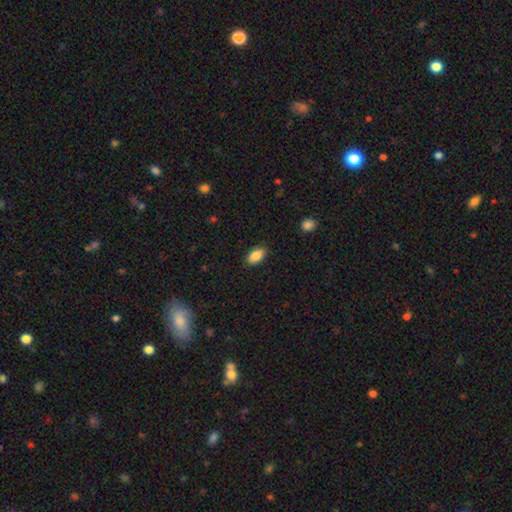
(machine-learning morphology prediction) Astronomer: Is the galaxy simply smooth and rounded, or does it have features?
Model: smooth — 87%.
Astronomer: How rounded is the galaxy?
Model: in between — 92%.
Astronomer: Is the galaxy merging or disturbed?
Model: none — 86%.